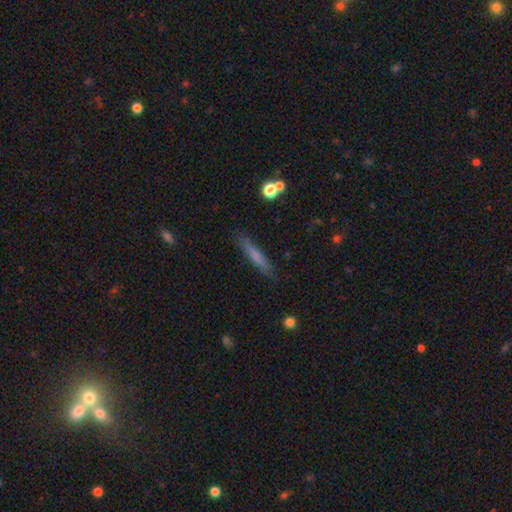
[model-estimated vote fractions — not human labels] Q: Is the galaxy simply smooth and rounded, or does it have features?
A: smooth — 70%.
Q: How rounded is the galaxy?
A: cigar-shaped — 92%.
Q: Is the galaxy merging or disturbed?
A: none — 85%.